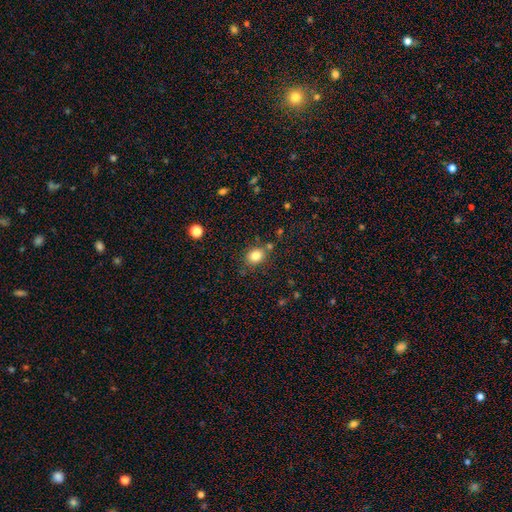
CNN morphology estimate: A smooth galaxy with no disk features (82%) that is round (57%).

Vote fractions:
- Smooth or featured? smooth: 82% / star or artifact: 11% / featured or disk: 7%
- How rounded? round: 57% / in between: 42% / cigar-shaped: 1%
- Merging? none: 77% / minor disturbance: 13% / merger: 7% / major disturbance: 4%